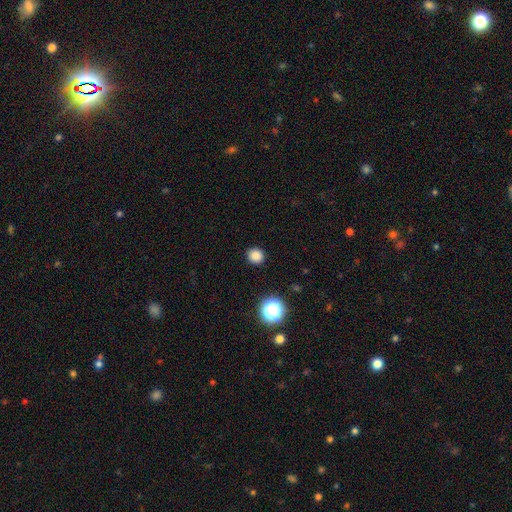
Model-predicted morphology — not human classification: smooth 84%, star or artifact 13%, featured or disk 3%. Down the decision tree: how rounded — round (90%); merging — none (92%).